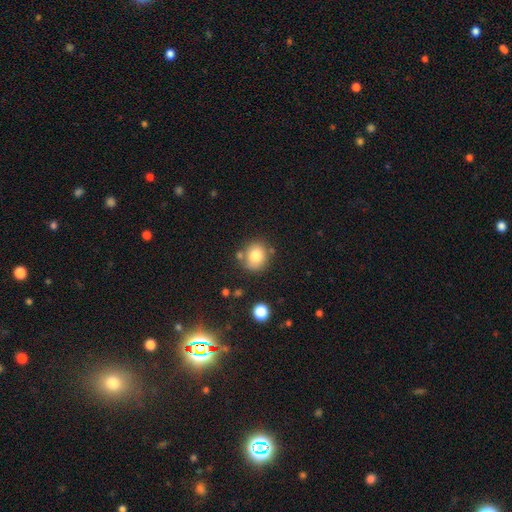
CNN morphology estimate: type=smooth (79%); roundness=round (79%); merging=none (72%).